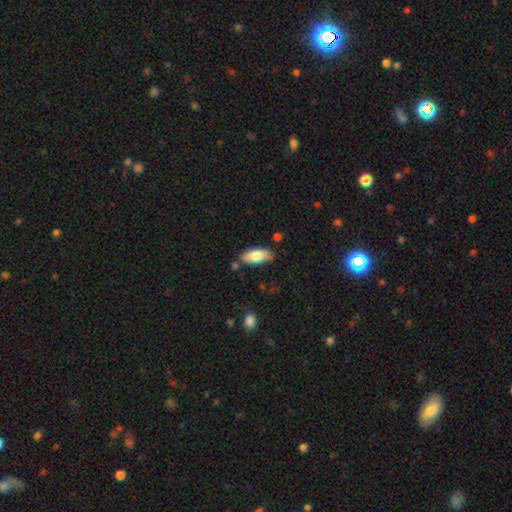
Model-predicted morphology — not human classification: Smooth or featured? smooth (79%)
How rounded? in between (84%)
Merging? none (79%)